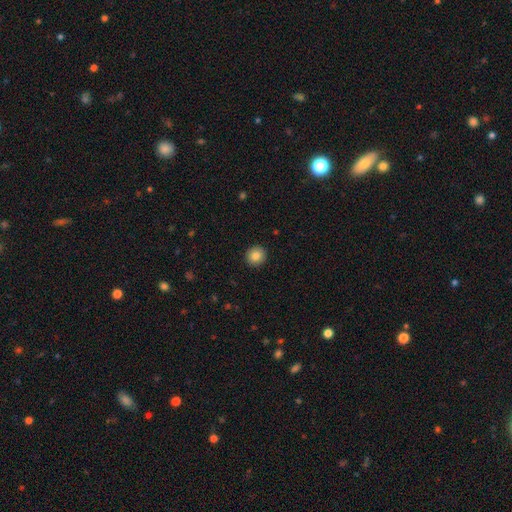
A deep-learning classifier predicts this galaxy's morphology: This is clearly a smooth galaxy (84%). How rounded: clearly round (93%). Merging: clearly none (93%).